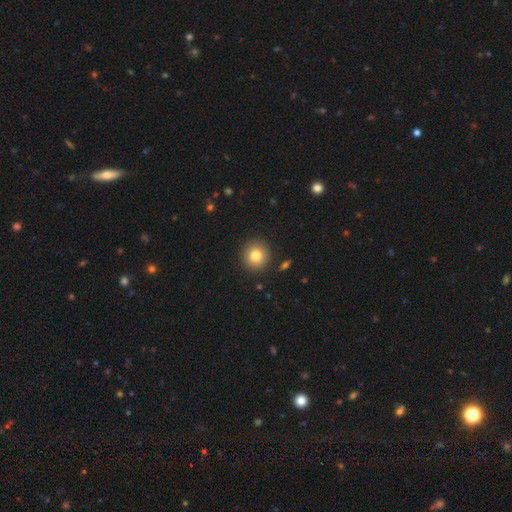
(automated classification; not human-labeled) Smooth or featured: smooth — 79% (star or artifact — 11%)
How rounded: round — 93% (in between — 6%)
Merging: none — 91% (minor disturbance — 6%)